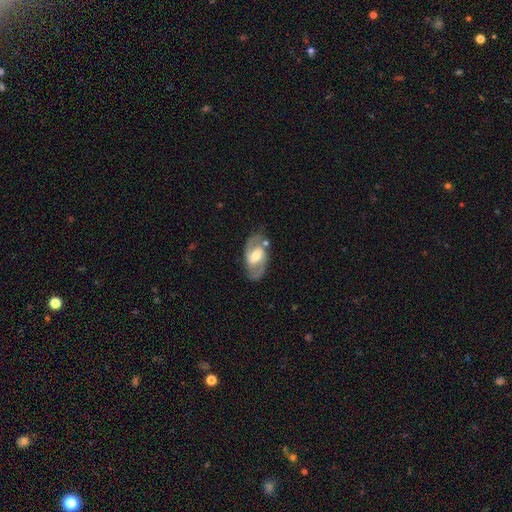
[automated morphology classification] The model was most divided on "bar": weak: 47%, strong: 27%, no: 26%. More confident: edge-on disk — no (95%); spiral arm count — 2 (88%); spiral arms — yes (88%); smooth or featured — featured or disk (79%); merging — none (77%); bulge size — moderate (65%); spiral winding — medium (55%).